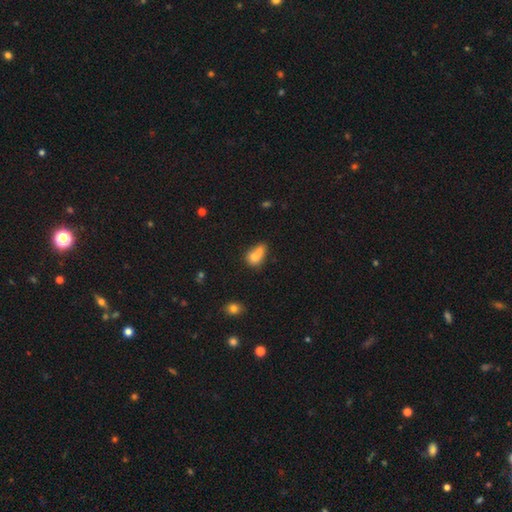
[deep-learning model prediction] smooth_or_featured: smooth (p=0.74) [alt: featured or disk p=0.16]
how_rounded: in between (p=0.58) [alt: round p=0.39]
merging: merger (p=0.58) [alt: none p=0.23]